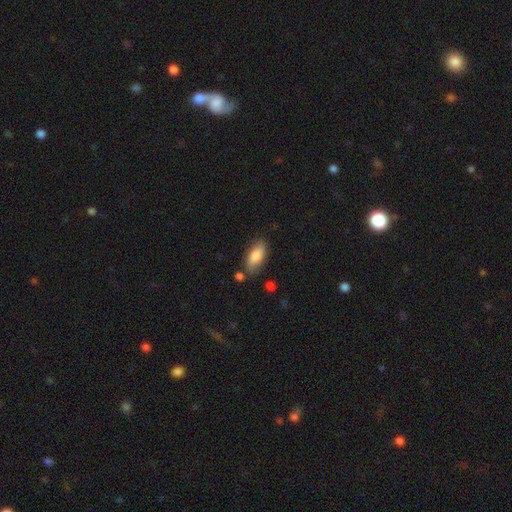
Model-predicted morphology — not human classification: smooth-or-featured: smooth: 81% | featured or disk: 12% | star or artifact: 6%
  how-rounded: in between: 87% | cigar-shaped: 10% | round: 3%
  merging: none: 73% | minor disturbance: 17% | merger: 5% | major disturbance: 4%